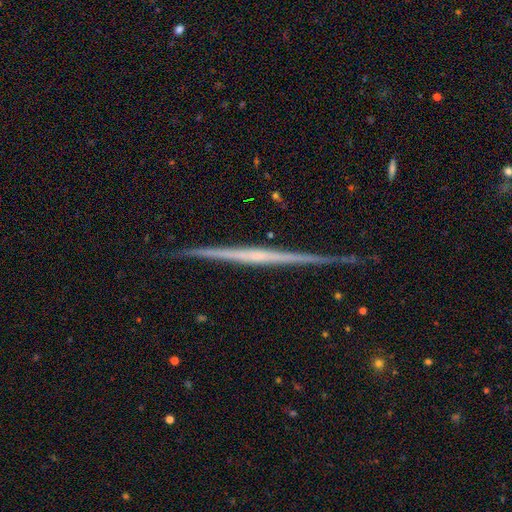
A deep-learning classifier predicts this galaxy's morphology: This is likely a featured or disk galaxy (77%). It is clearly viewed edge-on (98%). Edge-on bulge: likely none (77%). Merging: clearly none (89%).